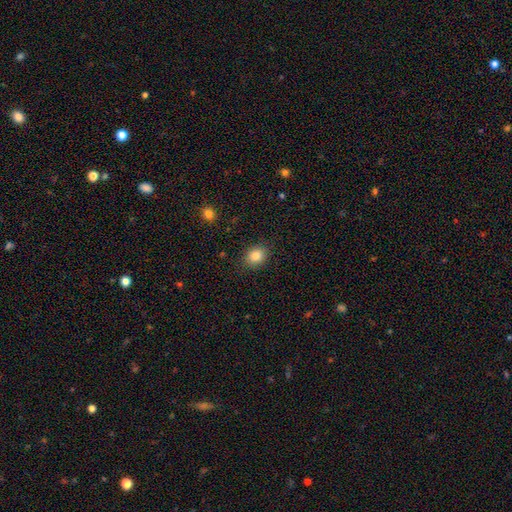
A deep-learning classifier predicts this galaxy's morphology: Smooth or featured?
  - smooth: 84% *
  - star or artifact: 10%
  - featured or disk: 6%
How rounded?
  - round: 53% *
  - in between: 46%
  - cigar-shaped: 1%
Merging?
  - none: 87% *
  - minor disturbance: 10%
  - major disturbance: 3%
  - merger: 1%